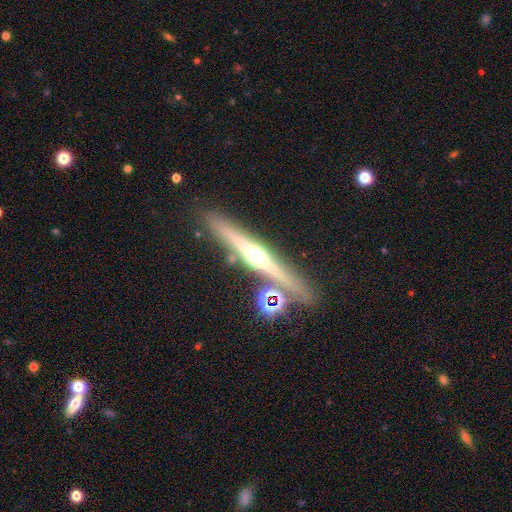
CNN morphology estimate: Smooth or featured?
  - featured or disk: 73% *
  - smooth: 19%
  - star or artifact: 9%
Edge-on disk?
  - yes: 96% *
  - no: 4%
Edge-on bulge?
  - rounded: 92% *
  - none: 4%
  - boxy: 4%
Merging?
  - none: 82% *
  - minor disturbance: 9%
  - merger: 7%
  - major disturbance: 3%